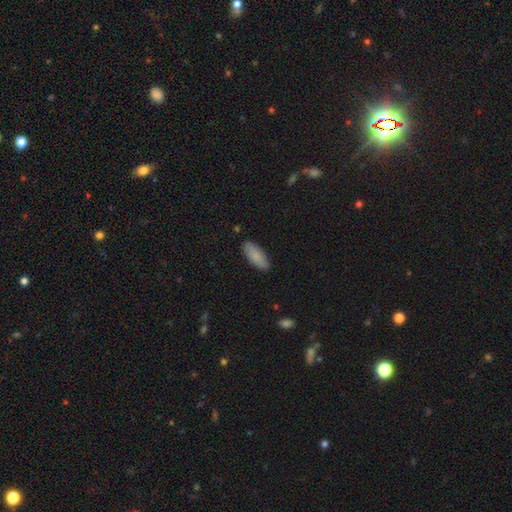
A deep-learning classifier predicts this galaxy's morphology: Smooth or featured? Predicted: smooth (p=0.86). How rounded? Predicted: in between (p=0.77). Merging? Predicted: none (p=0.86).